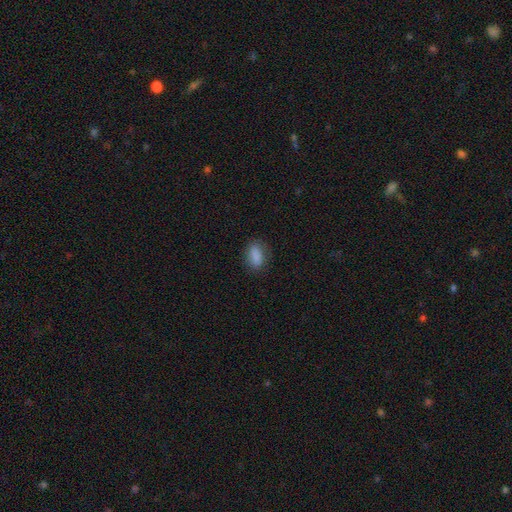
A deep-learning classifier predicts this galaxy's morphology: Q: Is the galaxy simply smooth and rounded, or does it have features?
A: smooth — 85%.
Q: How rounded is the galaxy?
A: in between — 82%.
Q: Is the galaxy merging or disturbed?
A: none — 78%.